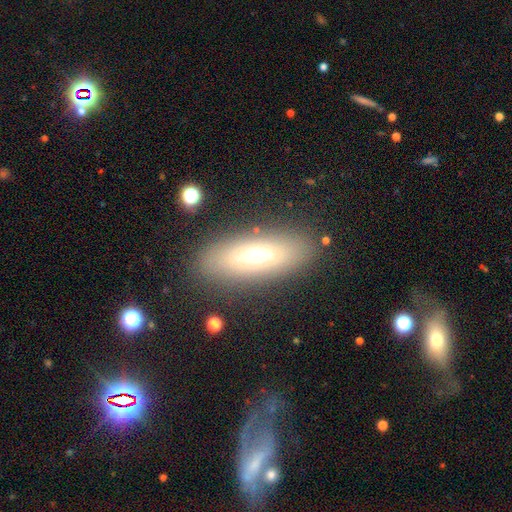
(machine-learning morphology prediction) smooth 56%, featured or disk 34%, star or artifact 10%. Down the decision tree: how rounded — in between (60%); merging — none (84%).